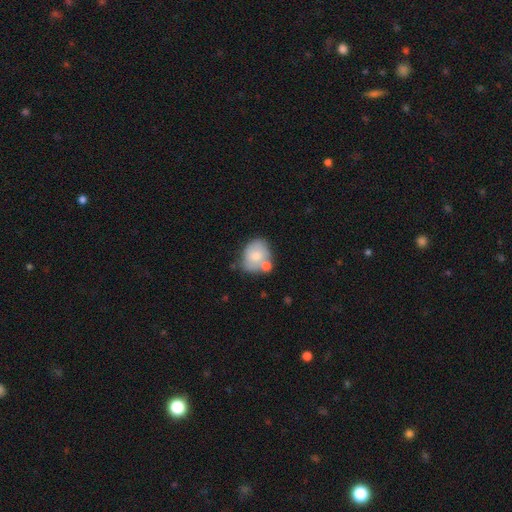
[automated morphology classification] type=smooth (71%); roundness=round (54%); merging=none (47%).